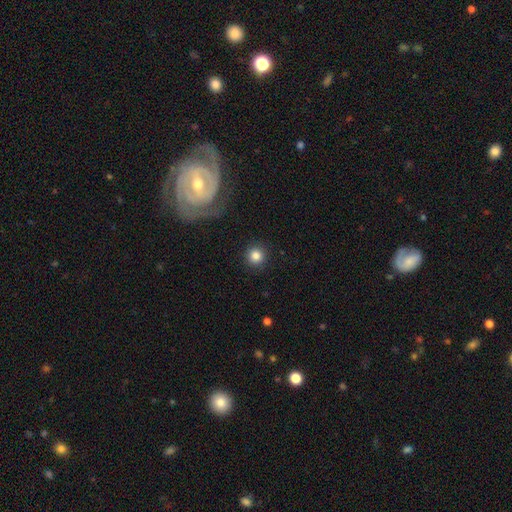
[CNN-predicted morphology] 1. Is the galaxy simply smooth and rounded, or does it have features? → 84% smooth, 10% star or artifact, 6% featured or disk.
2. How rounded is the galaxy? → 95% round, 4% in between, 1% cigar-shaped.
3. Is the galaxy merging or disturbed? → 90% none, 6% minor disturbance, 3% major disturbance, 2% merger.